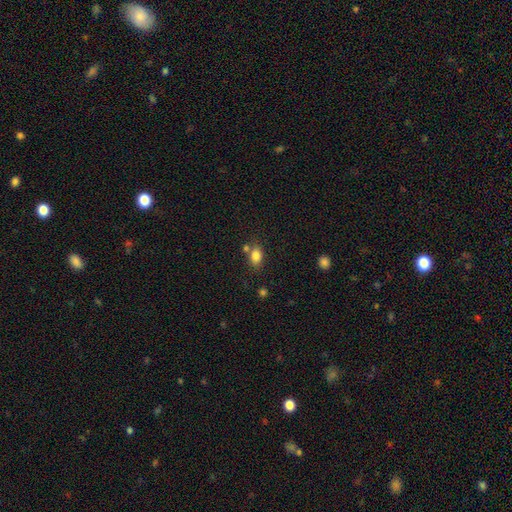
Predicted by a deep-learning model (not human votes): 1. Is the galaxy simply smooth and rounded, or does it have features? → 83% smooth, 10% star or artifact, 7% featured or disk.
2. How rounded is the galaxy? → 75% in between, 23% round, 2% cigar-shaped.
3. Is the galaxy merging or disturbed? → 66% none, 17% merger, 14% minor disturbance, 4% major disturbance.